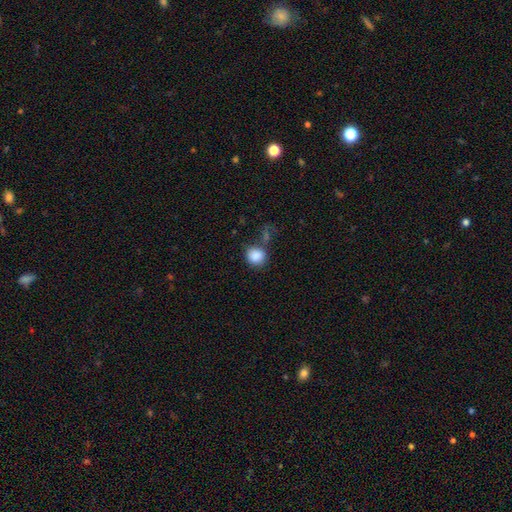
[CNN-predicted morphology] smooth-or-featured: smooth: 87% | star or artifact: 9% | featured or disk: 4%
  how-rounded: round: 81% | in between: 18% | cigar-shaped: 1%
  merging: none: 63% | minor disturbance: 16% | merger: 14% | major disturbance: 7%